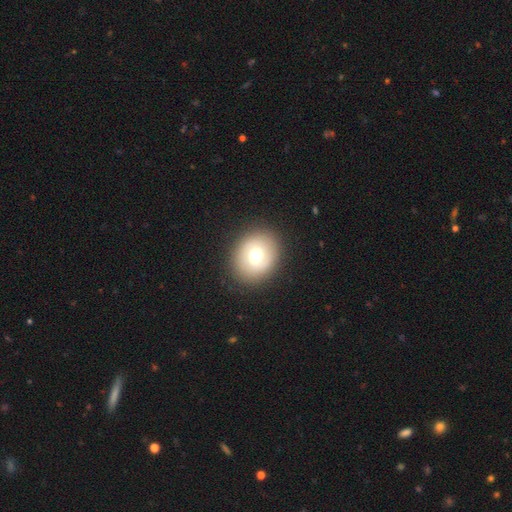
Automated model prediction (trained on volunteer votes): Overall: smooth (61%; featured or disk 27%). How rounded: round (66%; in between 33%). Merging: none (86%).